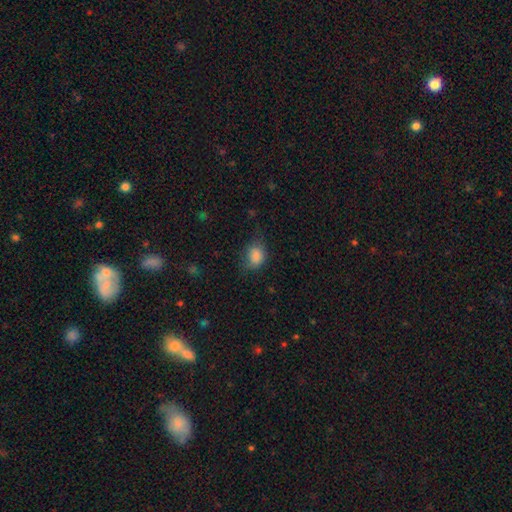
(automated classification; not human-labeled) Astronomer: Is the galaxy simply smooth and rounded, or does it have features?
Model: smooth — 85%.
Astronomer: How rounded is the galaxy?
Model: in between — 61% (runner-up: round, 38%).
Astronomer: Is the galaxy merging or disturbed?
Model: none — 58%.